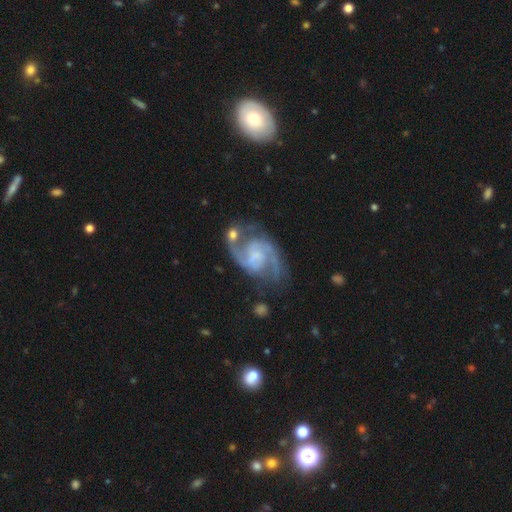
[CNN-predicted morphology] A featured or disk galaxy (91%) with a weak bar (45%), 2 (91%) medium (61%) spiral arms (98%) and a small central bulge (54%). Merging: none (64%).